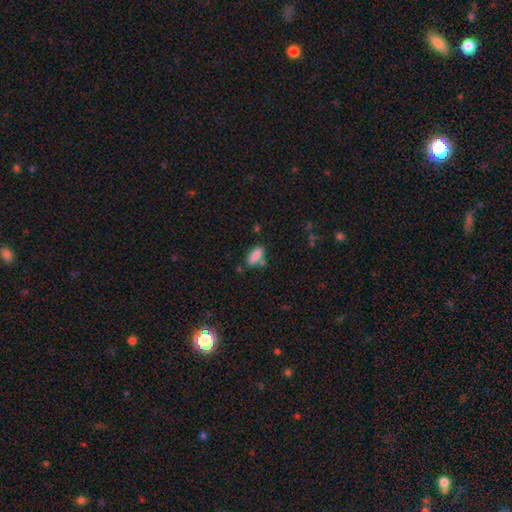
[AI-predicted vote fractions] smooth_or_featured: smooth (p=0.85) [alt: star or artifact p=0.08]
how_rounded: in between (p=0.80) [alt: cigar-shaped p=0.17]
merging: none (p=0.67) [alt: minor disturbance p=0.17]